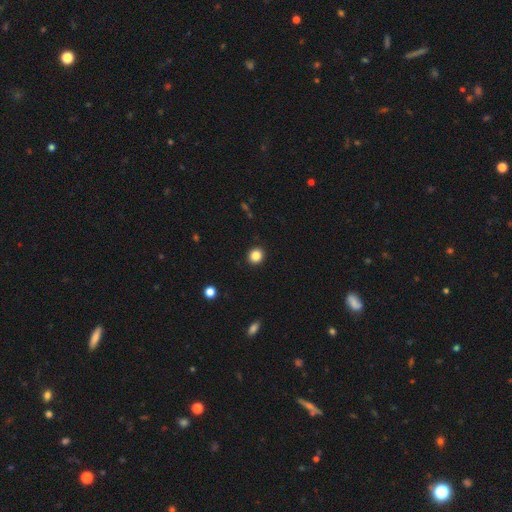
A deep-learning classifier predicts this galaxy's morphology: A smooth galaxy with no disk features (85%) that is round (88%). Merging: none (93%).